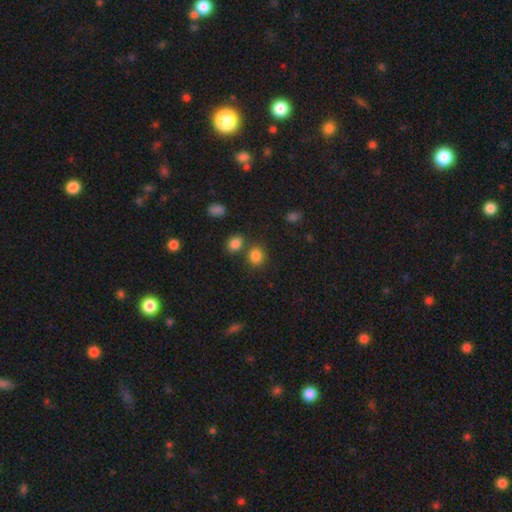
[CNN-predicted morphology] Overall: smooth (84%). How rounded: round (74%). Merging: none (71%).